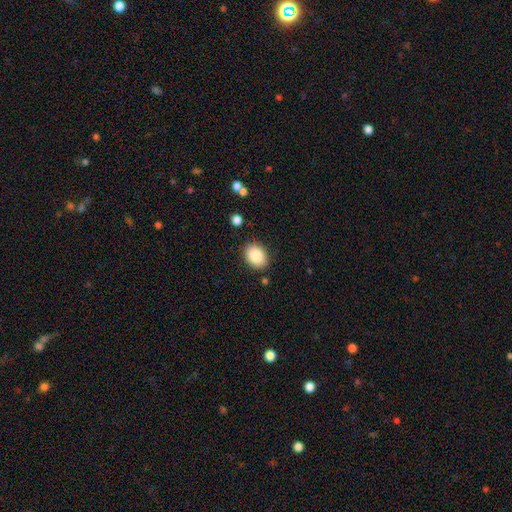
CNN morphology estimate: smooth 87%, star or artifact 8%, featured or disk 5%. Down the decision tree: how rounded — in between (68%); merging — none (85%).